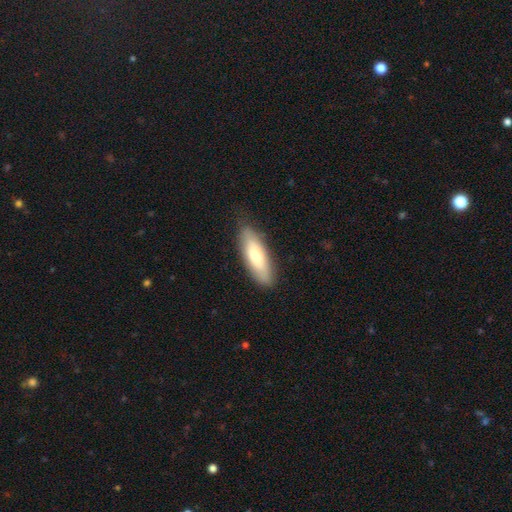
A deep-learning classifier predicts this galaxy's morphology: A smooth galaxy with no disk features (69%) that is in between round and cigar-shaped (52%).

Vote fractions:
- Smooth or featured? smooth: 69% / featured or disk: 25% / star or artifact: 6%
- How rounded? in between: 52% / cigar-shaped: 46% / round: 2%
- Merging? none: 81% / minor disturbance: 15% / major disturbance: 3% / merger: 1%